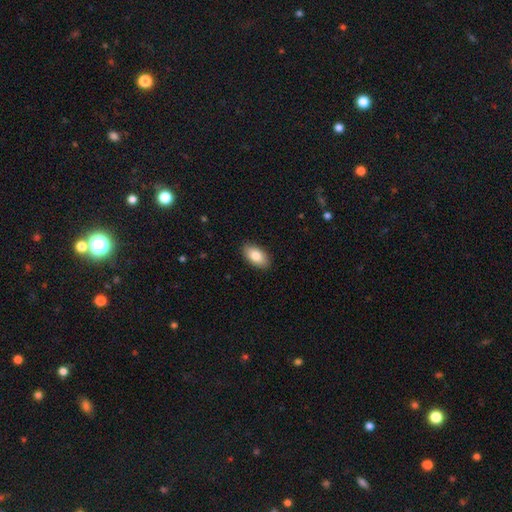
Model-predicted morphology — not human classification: Smooth or featured: smooth — 84% (featured or disk — 10%)
How rounded: in between — 94% (round — 4%)
Merging: none — 89% (minor disturbance — 8%)